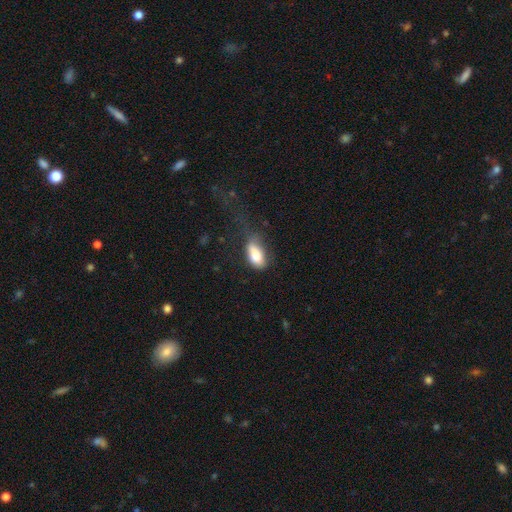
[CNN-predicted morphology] Smooth or featured: smooth — 79% (featured or disk — 14%)
How rounded: in between — 88% (cigar-shaped — 8%)
Merging: none — 37% (minor disturbance — 32%)